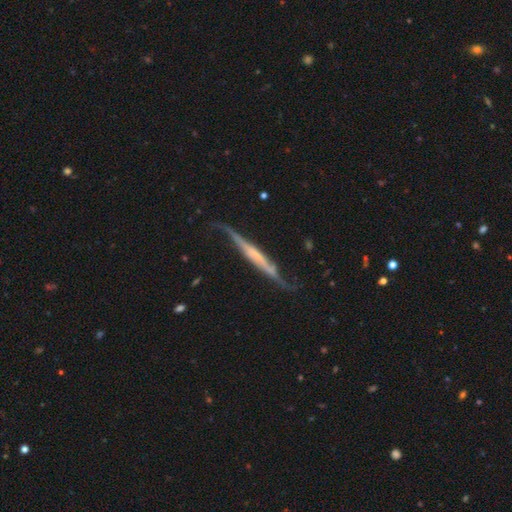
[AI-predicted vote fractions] This appears to be a featured or disk galaxy (76%) viewed edge-on (80%) with no central bulge (56%). Merging: none (55%).